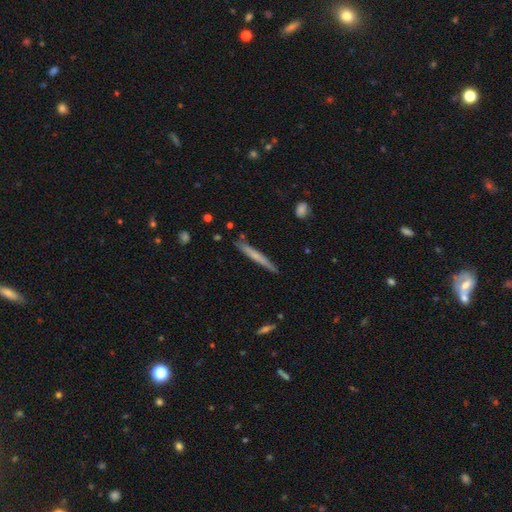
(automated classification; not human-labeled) Smooth or featured? smooth (52%)
How rounded? cigar-shaped (96%)
Merging? none (86%)